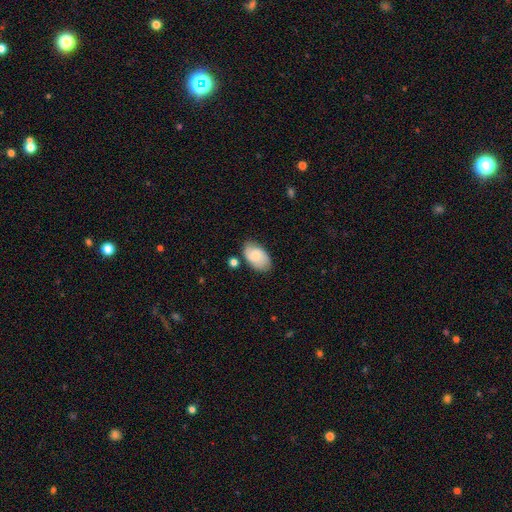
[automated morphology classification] A smooth galaxy with no disk features (68%) that is in between round and cigar-shaped (93%).

Vote fractions:
- Smooth or featured? smooth: 68% / featured or disk: 25% / star or artifact: 7%
- How rounded? in between: 93% / round: 6% / cigar-shaped: 1%
- Merging? none: 71% / minor disturbance: 20% / merger: 5% / major disturbance: 5%